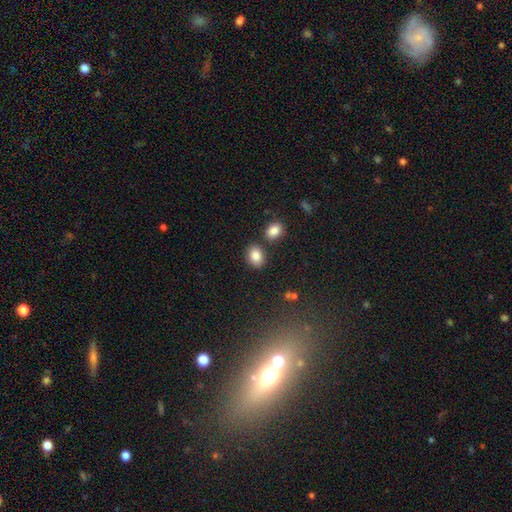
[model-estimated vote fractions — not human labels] Smooth or featured? Predicted: smooth (p=0.85). How rounded? Predicted: in between (p=0.68). Merging? Predicted: none (p=0.75).